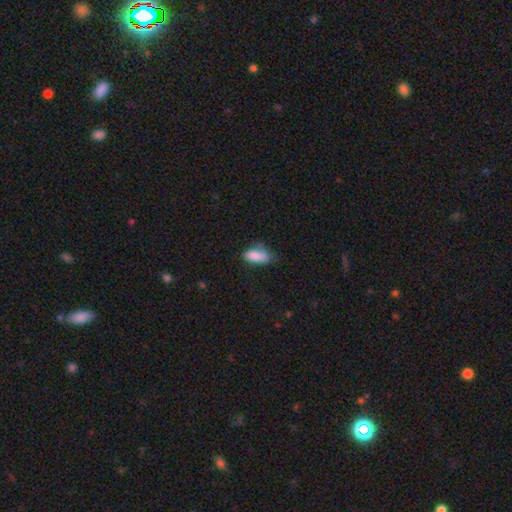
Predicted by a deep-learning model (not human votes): Smooth or featured? Predicted: smooth (p=0.84). How rounded? Predicted: in between (p=0.86). Merging? Predicted: none (p=0.51).